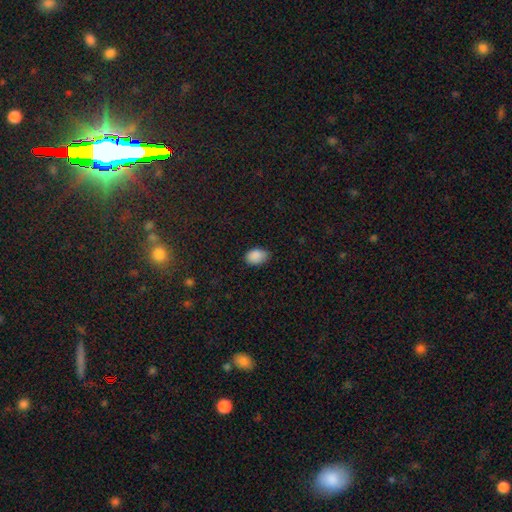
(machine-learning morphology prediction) This is clearly a smooth galaxy (88%). How rounded: clearly in between (86%). Merging: likely none (74%).